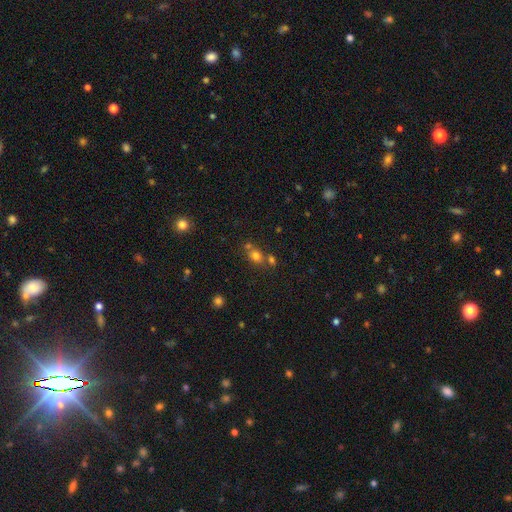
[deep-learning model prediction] Smooth or featured: smooth — 72% (star or artifact — 17%)
How rounded: round — 53% (in between — 45%)
Merging: none — 52% (merger — 32%)